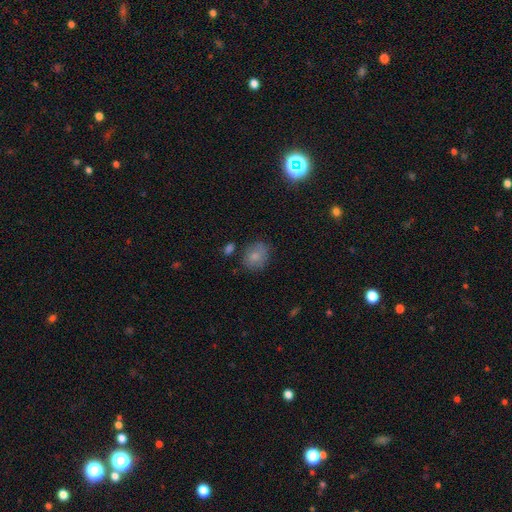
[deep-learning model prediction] Q: Smooth or featured?
A: smooth (80%); runner-up: featured or disk (11%)
Q: How rounded?
A: round (56%); runner-up: in between (43%)
Q: Merging?
A: none (69%); runner-up: minor disturbance (20%)